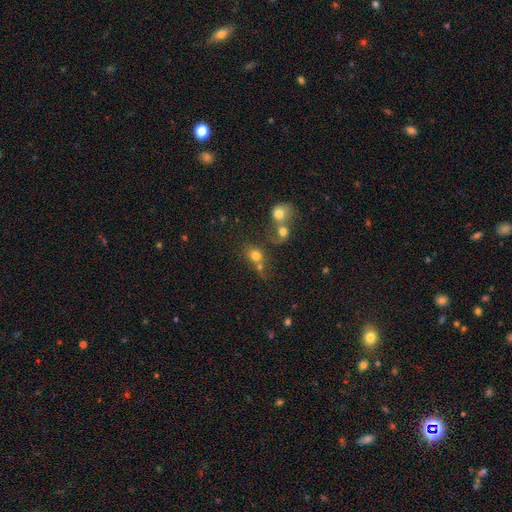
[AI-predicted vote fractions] smooth 75%, star or artifact 14%, featured or disk 11%. Down the decision tree: how rounded — round (70%); merging — merger (46%).